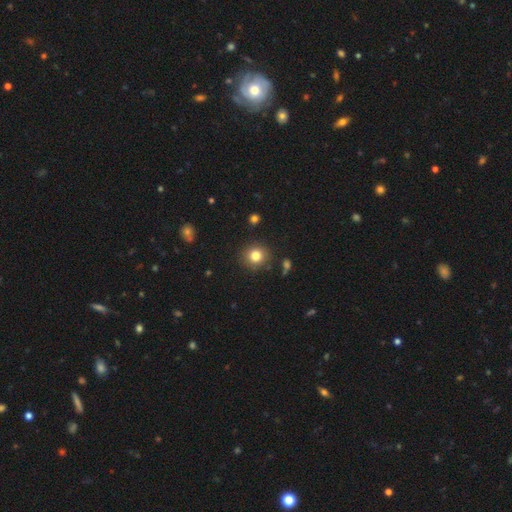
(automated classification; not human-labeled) The model was most divided on "smooth or featured": smooth: 81%, star or artifact: 12%, featured or disk: 7%. More confident: how rounded — round (90%); merging — none (88%).